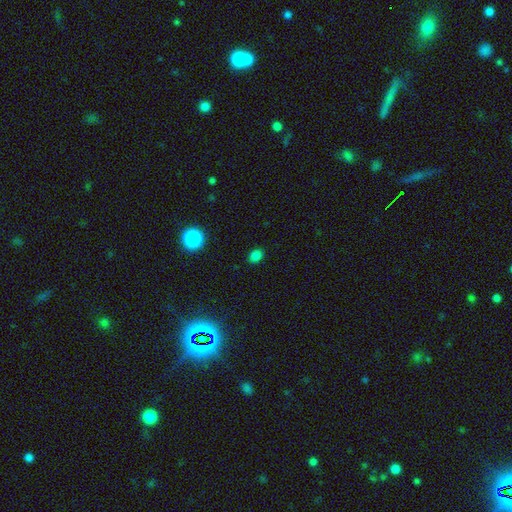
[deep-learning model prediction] Smooth or featured? smooth (79%)
How rounded? in between (56%)
Merging? none (87%)